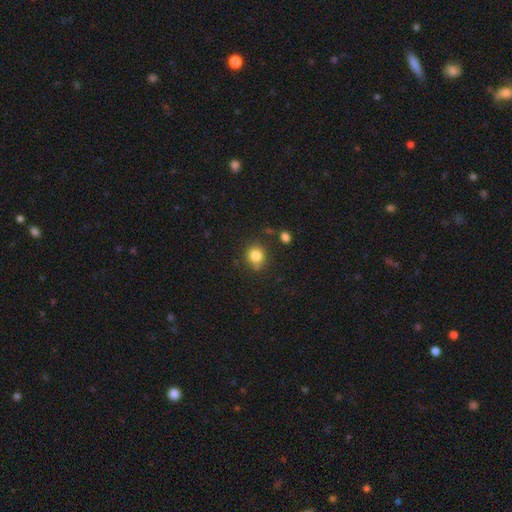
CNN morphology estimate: This appears to be a smooth galaxy with no disk features (83%) that is round (84%). Merging: none (77%).